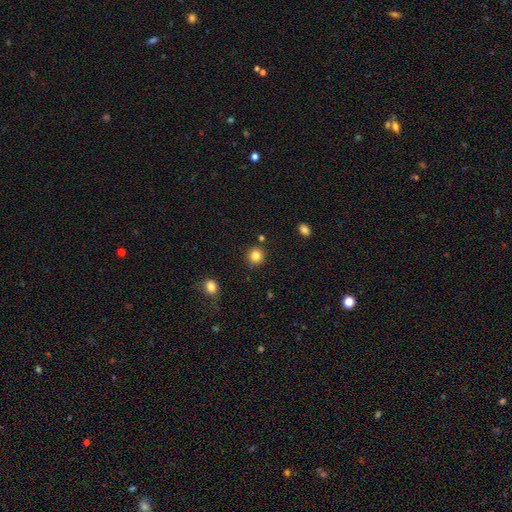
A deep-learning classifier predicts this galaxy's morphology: Smooth or featured? smooth (84%)
How rounded? round (91%)
Merging? none (87%)